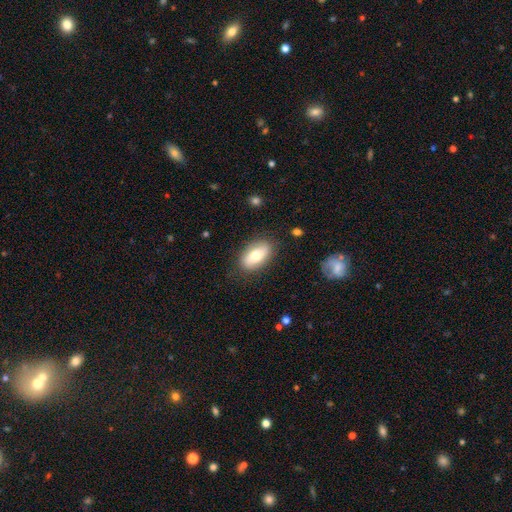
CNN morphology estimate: This appears to be a smooth galaxy with no disk features (67%) that is in between round and cigar-shaped (92%). Merging: none (82%).